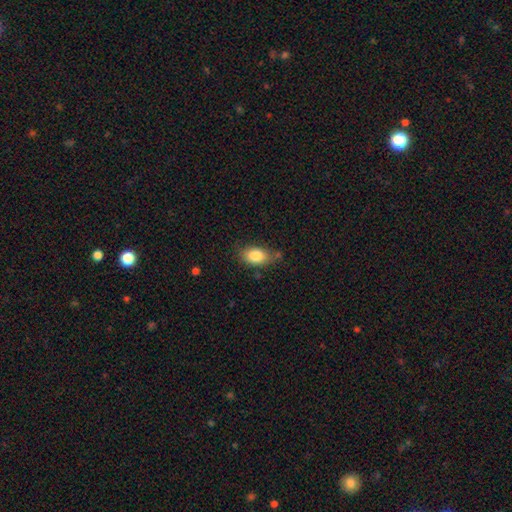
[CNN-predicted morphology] Overall: smooth (84%). How rounded: in between (86%). Merging: none (70%).